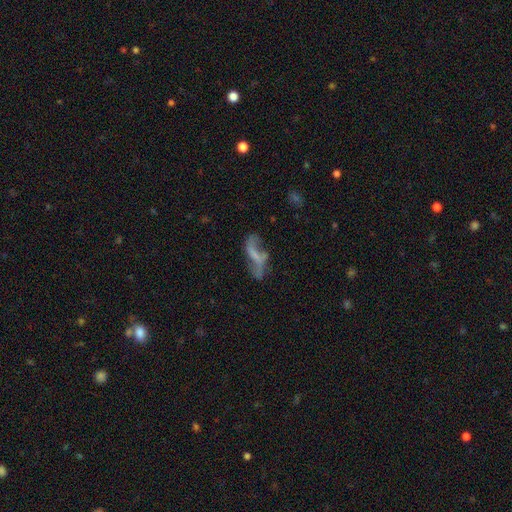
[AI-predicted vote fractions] Morphology: type=featured or disk (63%); edge-on=no (90%); bar=no (36%); spiral arms=yes (68%); bulge=none (58%); merging=none (43%).